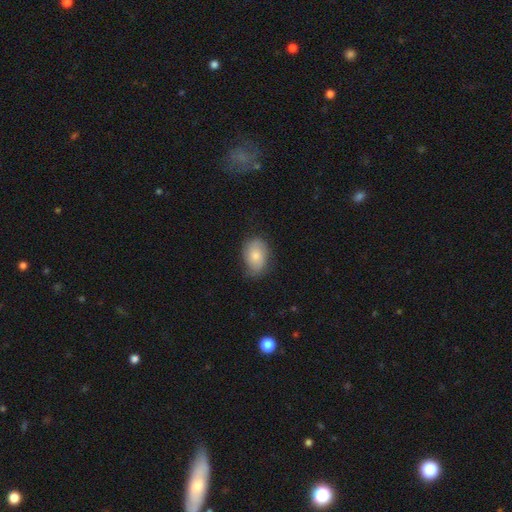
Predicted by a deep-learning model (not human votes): Q: Smooth or featured?
A: smooth (74%); runner-up: featured or disk (19%)
Q: How rounded?
A: in between (81%); runner-up: round (18%)
Q: Merging?
A: none (68%); runner-up: minor disturbance (26%)